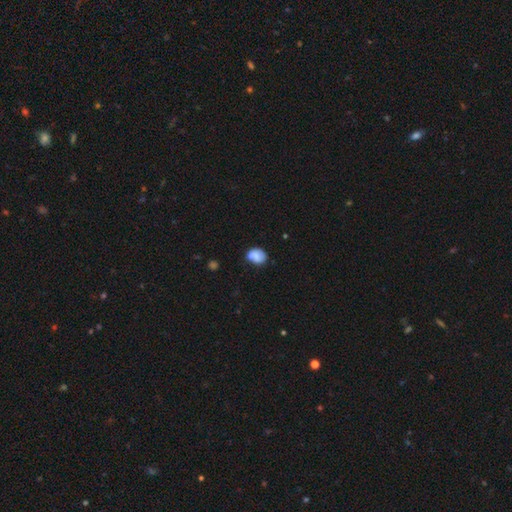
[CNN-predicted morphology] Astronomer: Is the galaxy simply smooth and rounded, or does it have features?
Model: smooth — 76%.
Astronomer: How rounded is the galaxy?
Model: in between — 55% (runner-up: round, 44%).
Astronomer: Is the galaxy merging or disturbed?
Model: none — 53% (runner-up: minor disturbance, 29%).